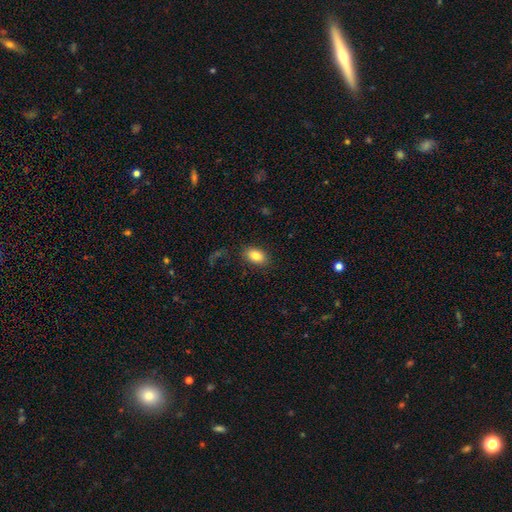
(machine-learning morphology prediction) A smooth galaxy with no disk features (83%) that is in between round and cigar-shaped (88%).

Vote fractions:
- Smooth or featured? smooth: 83% / featured or disk: 9% / star or artifact: 8%
- How rounded? in between: 88% / round: 10% / cigar-shaped: 2%
- Merging? none: 86% / minor disturbance: 9% / major disturbance: 3% / merger: 1%